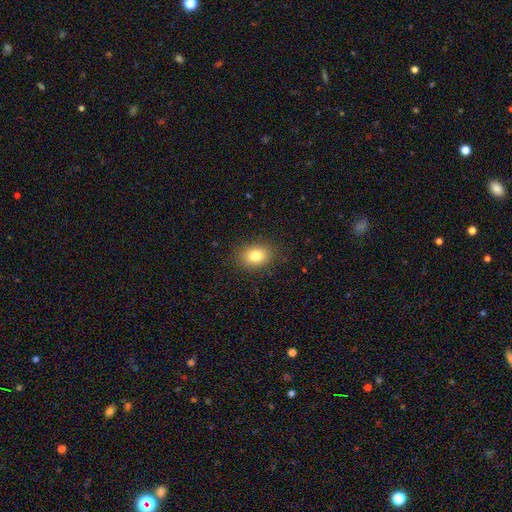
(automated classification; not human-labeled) Smooth or featured: smooth — 80% (star or artifact — 11%)
How rounded: in between — 57% (round — 42%)
Merging: none — 87% (minor disturbance — 9%)